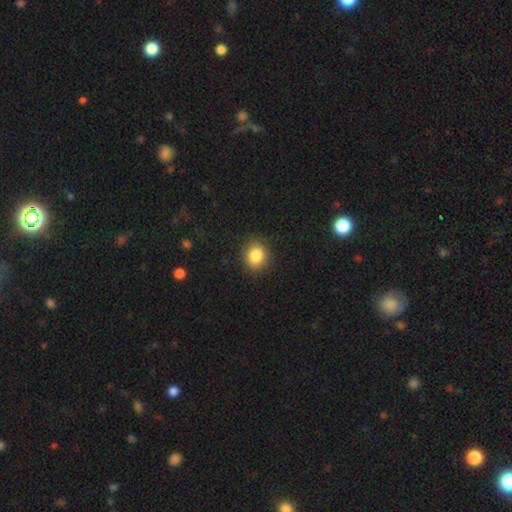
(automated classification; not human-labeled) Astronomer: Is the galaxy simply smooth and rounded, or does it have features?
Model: smooth — 85%.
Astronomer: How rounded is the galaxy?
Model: round — 75%.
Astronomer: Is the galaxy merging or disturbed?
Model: none — 89%.